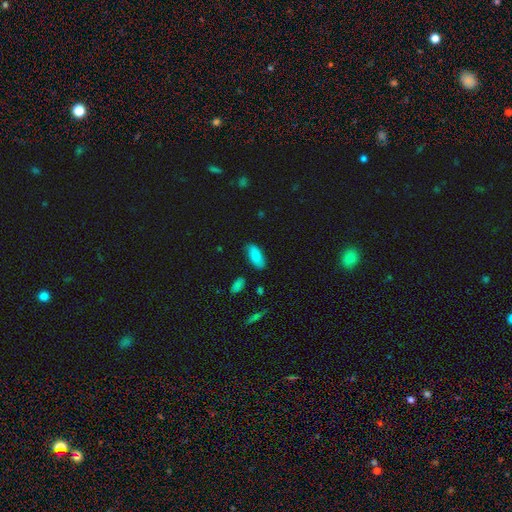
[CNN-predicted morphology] smooth-or-featured: smooth: 85% | featured or disk: 8% | star or artifact: 7%
  how-rounded: in between: 85% | cigar-shaped: 13% | round: 2%
  merging: none: 81% | minor disturbance: 14% | major disturbance: 3% | merger: 2%